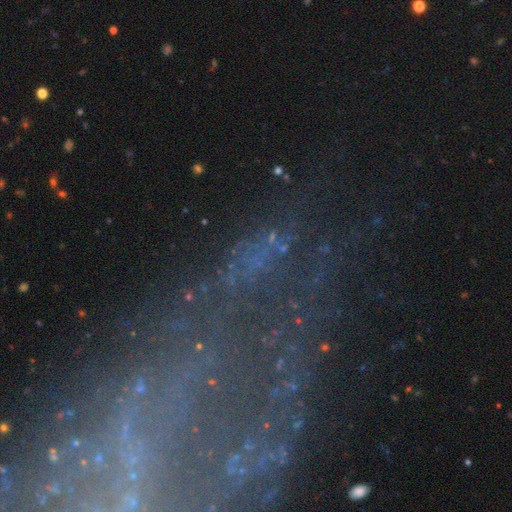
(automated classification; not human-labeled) Q: Smooth or featured?
A: featured or disk (43%); tied with: star or artifact (43%)
Q: Merging?
A: none (58%); runner-up: major disturbance (20%)